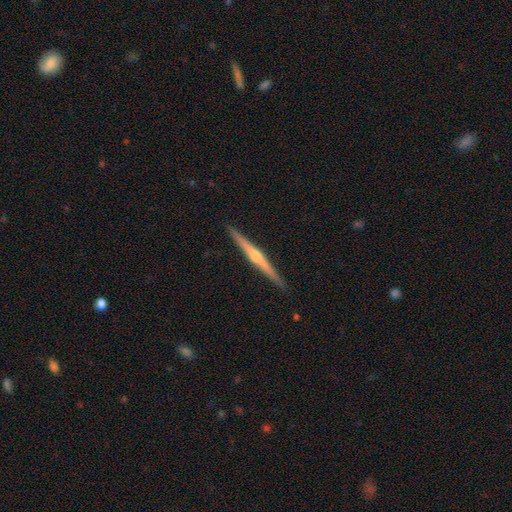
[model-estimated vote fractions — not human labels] Smooth or featured? Predicted: featured or disk (p=0.82). Edge-on disk? Predicted: yes (p=0.99). Edge-on bulge? Predicted: rounded (p=0.85). Merging? Predicted: none (p=0.92).